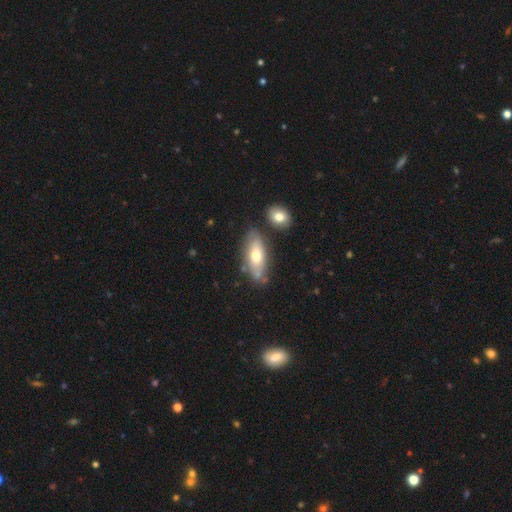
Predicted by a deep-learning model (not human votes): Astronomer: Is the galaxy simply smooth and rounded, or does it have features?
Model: smooth — 64%.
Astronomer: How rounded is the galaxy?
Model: in between — 75%.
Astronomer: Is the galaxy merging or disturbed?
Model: none — 70%.